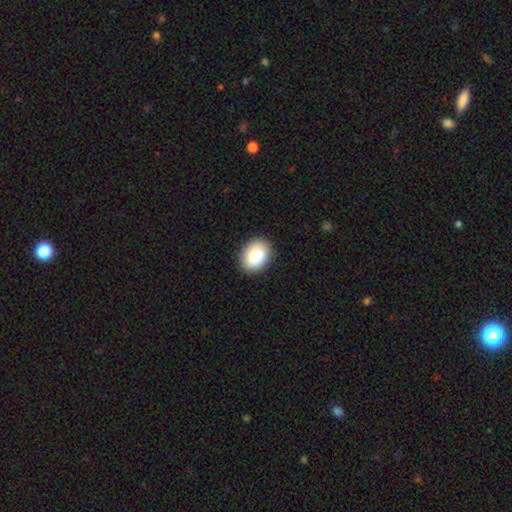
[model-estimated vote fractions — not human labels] A smooth galaxy with no disk features (88%) that is in between round and cigar-shaped (61%).

Vote fractions:
- Smooth or featured? smooth: 88% / star or artifact: 7% / featured or disk: 5%
- How rounded? in between: 61% / round: 38% / cigar-shaped: 1%
- Merging? none: 89% / minor disturbance: 8% / major disturbance: 2% / merger: 1%